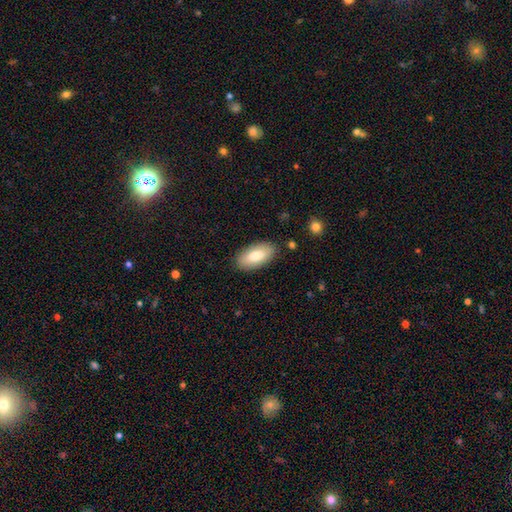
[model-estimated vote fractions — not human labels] Morphology: type=smooth (79%); roundness=in between (92%); merging=none (86%).